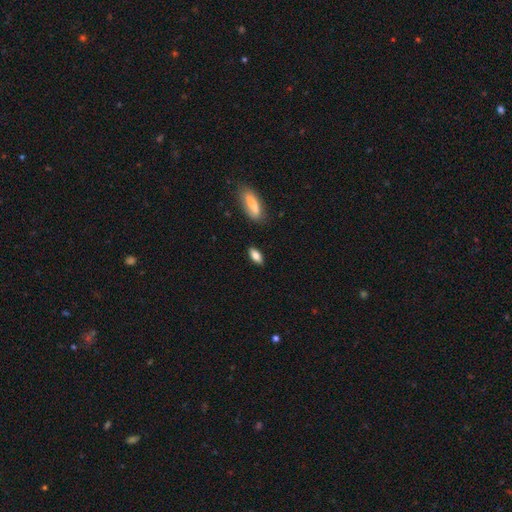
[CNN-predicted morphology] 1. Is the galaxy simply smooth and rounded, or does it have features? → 80% smooth, 13% featured or disk, 7% star or artifact.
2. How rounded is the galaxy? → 84% in between, 13% cigar-shaped, 3% round.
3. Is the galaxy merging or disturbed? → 85% none, 11% minor disturbance, 2% major disturbance, 2% merger.